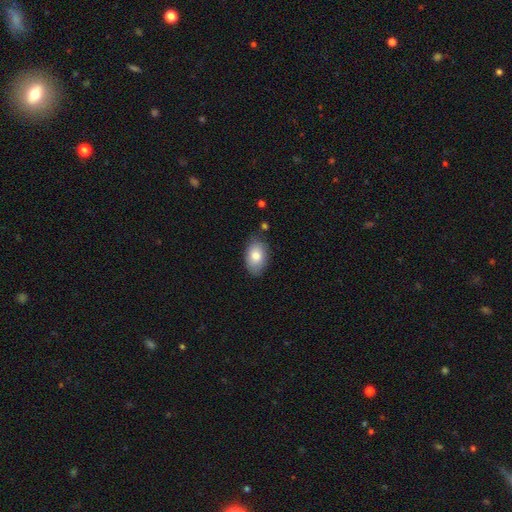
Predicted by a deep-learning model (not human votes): Q: Smooth or featured?
A: smooth (81%); runner-up: featured or disk (12%)
Q: How rounded?
A: in between (90%); runner-up: round (9%)
Q: Merging?
A: none (78%); runner-up: minor disturbance (17%)